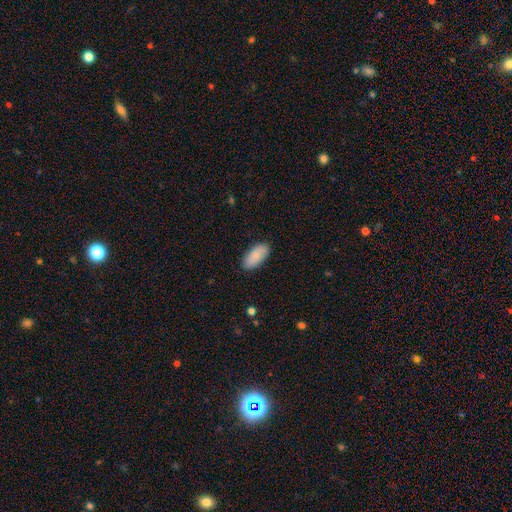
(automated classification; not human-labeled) A smooth galaxy with no disk features (83%) that is in between round and cigar-shaped (93%).

Vote fractions:
- Smooth or featured? smooth: 83% / featured or disk: 11% / star or artifact: 6%
- How rounded? in between: 93% / cigar-shaped: 5% / round: 2%
- Merging? none: 86% / minor disturbance: 11% / major disturbance: 2% / merger: 1%